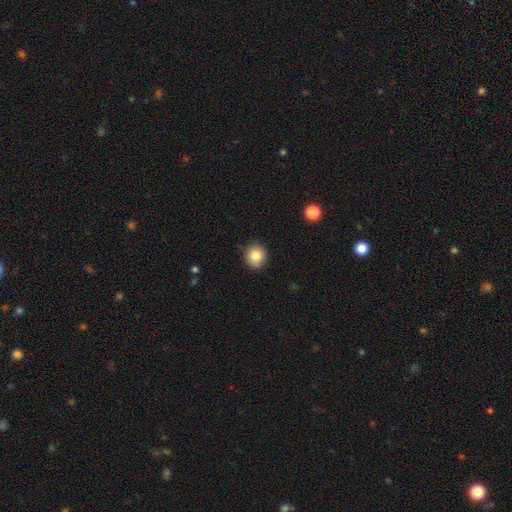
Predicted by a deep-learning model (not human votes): smooth_or_featured: smooth (p=0.84) [alt: star or artifact p=0.09]
how_rounded: round (p=0.84) [alt: in between p=0.15]
merging: none (p=0.89) [alt: minor disturbance p=0.08]